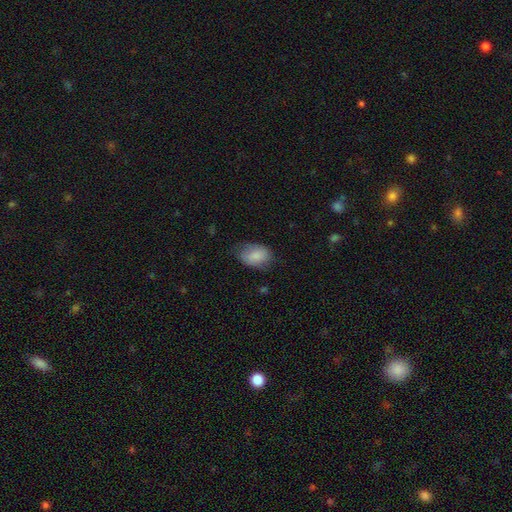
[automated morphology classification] A smooth galaxy with no disk features (83%) that is in between round and cigar-shaped (84%).

Vote fractions:
- Smooth or featured? smooth: 83% / featured or disk: 10% / star or artifact: 7%
- How rounded? in between: 84% / round: 15% / cigar-shaped: 1%
- Merging? none: 63% / minor disturbance: 28% / major disturbance: 8% / merger: 1%